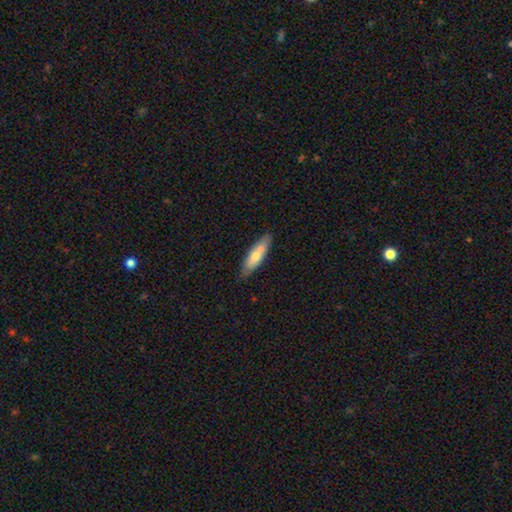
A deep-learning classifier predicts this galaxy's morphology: Q: Smooth or featured?
A: smooth (60%); runner-up: featured or disk (34%)
Q: How rounded?
A: cigar-shaped (62%); runner-up: in between (36%)
Q: Merging?
A: none (76%); runner-up: minor disturbance (15%)